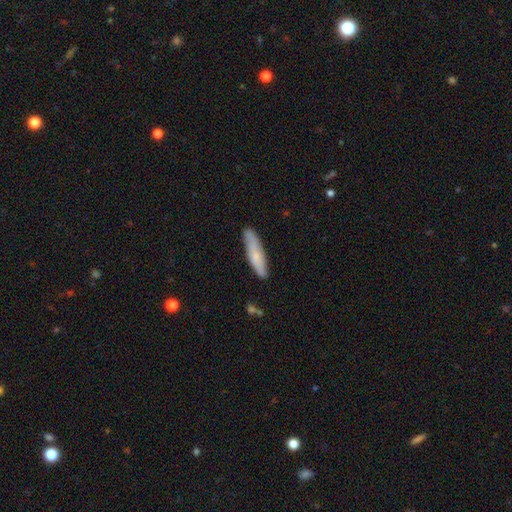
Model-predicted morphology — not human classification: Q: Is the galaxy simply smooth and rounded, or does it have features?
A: smooth — 67%.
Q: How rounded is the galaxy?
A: cigar-shaped — 83%.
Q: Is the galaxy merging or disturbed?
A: none — 82%.